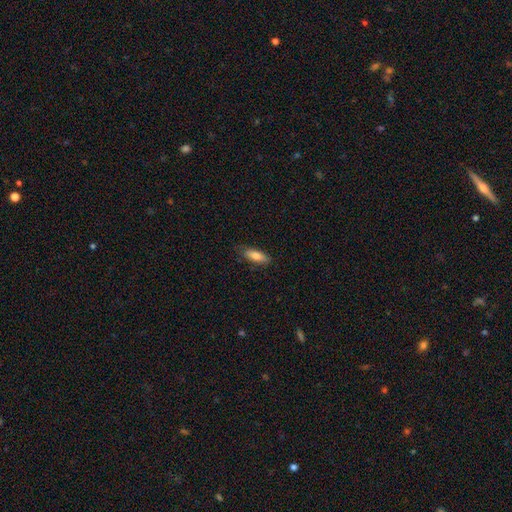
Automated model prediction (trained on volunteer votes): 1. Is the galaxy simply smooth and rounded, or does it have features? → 81% smooth, 13% featured or disk, 6% star or artifact.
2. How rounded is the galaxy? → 63% in between, 35% cigar-shaped, 2% round.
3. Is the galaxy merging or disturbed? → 80% none, 16% minor disturbance, 3% major disturbance, 1% merger.